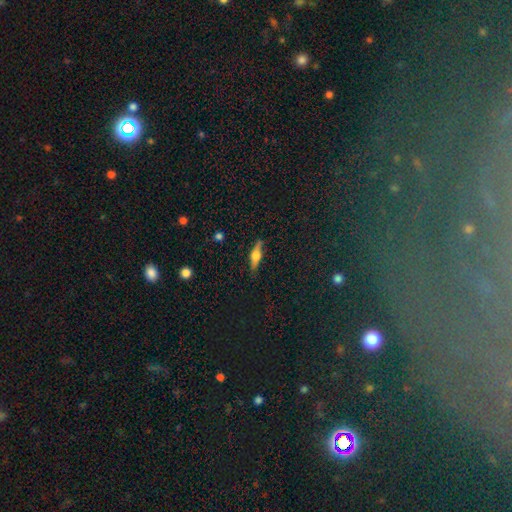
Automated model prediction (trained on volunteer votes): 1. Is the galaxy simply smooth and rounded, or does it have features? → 57% featured or disk, 34% smooth, 9% star or artifact.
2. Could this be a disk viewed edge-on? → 93% yes, 7% no.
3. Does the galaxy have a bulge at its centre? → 89% rounded, 8% boxy, 3% none.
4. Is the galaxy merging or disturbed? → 82% none, 13% minor disturbance, 3% major disturbance, 2% merger.